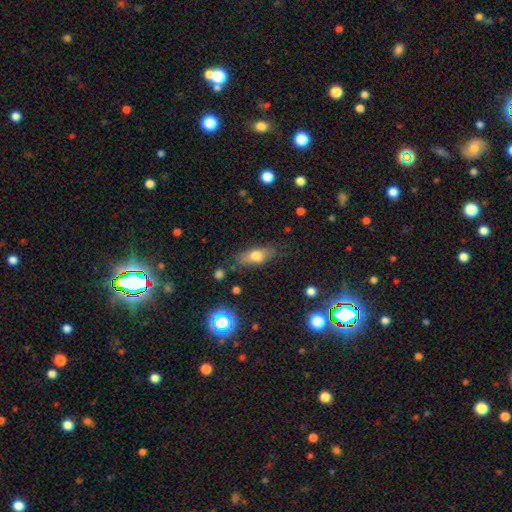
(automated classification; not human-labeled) Q: Smooth or featured?
A: smooth (67%); runner-up: featured or disk (22%)
Q: How rounded?
A: in between (74%); runner-up: cigar-shaped (20%)
Q: Merging?
A: none (72%); runner-up: minor disturbance (18%)